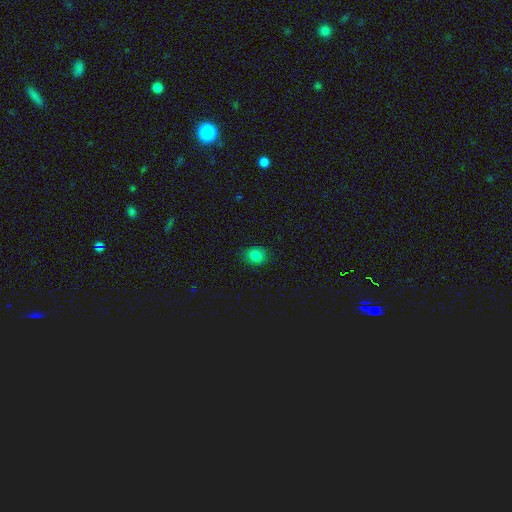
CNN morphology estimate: smooth 82%, star or artifact 12%, featured or disk 6%. Down the decision tree: how rounded — round (61%); merging — none (85%).